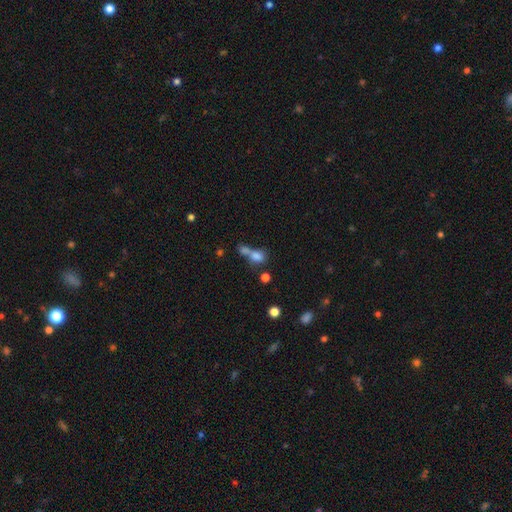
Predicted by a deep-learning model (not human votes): smooth-or-featured: smooth: 77% | star or artifact: 12% | featured or disk: 11%
  how-rounded: in between: 57% | round: 39% | cigar-shaped: 4%
  merging: merger: 58% | none: 27% | minor disturbance: 9% | major disturbance: 7%